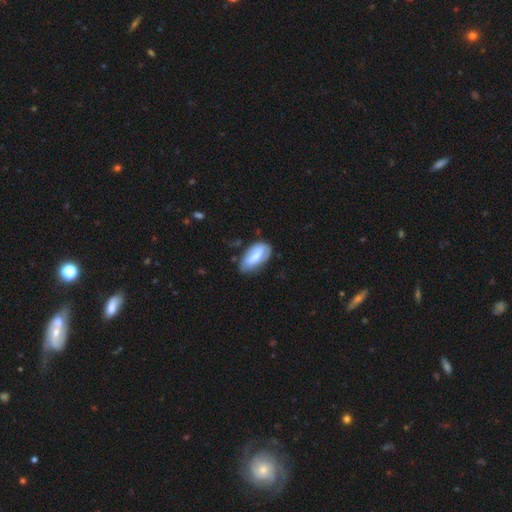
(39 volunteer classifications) This appears to be a smooth galaxy with no disk features (51%) that is in between round and cigar-shaped (95%). Merging: none (51%).